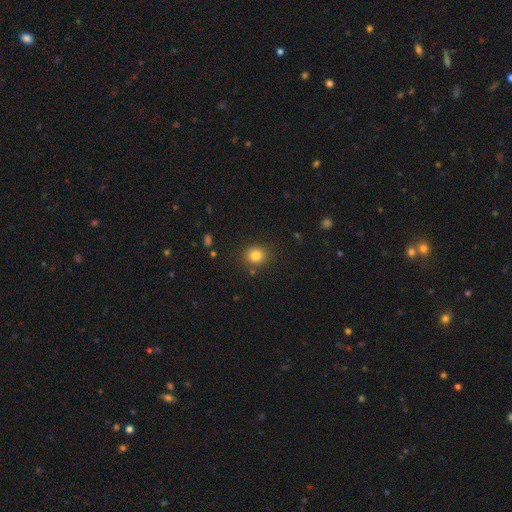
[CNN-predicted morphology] Smooth or featured?
  - smooth: 81% *
  - star or artifact: 12%
  - featured or disk: 7%
How rounded?
  - round: 78% *
  - in between: 22%
  - cigar-shaped: 1%
Merging?
  - none: 86% *
  - minor disturbance: 9%
  - major disturbance: 3%
  - merger: 2%